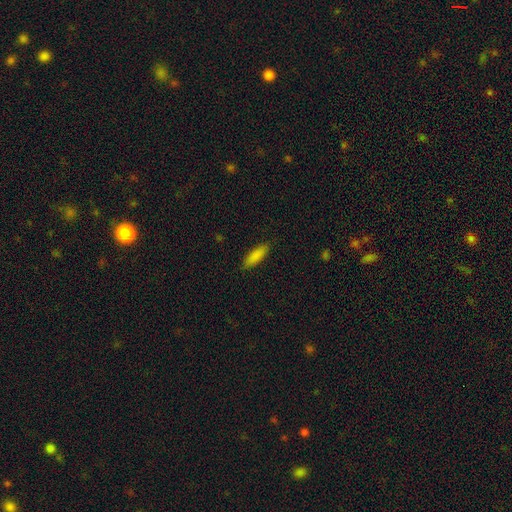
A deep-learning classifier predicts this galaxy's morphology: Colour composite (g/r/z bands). It shows a smooth galaxy with no disk features (86%) that is cigar-shaped (51%). Merging: none (88%).